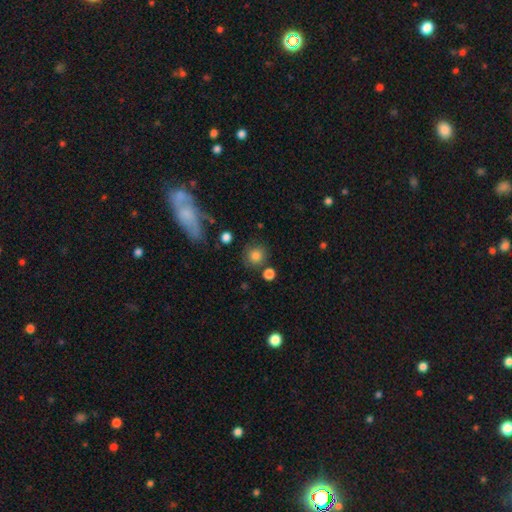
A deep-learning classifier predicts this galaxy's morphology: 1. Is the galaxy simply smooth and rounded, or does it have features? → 81% smooth, 11% star or artifact, 7% featured or disk.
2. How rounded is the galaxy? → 89% round, 10% in between, 1% cigar-shaped.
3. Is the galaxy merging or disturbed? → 76% none, 12% minor disturbance, 8% merger, 5% major disturbance.